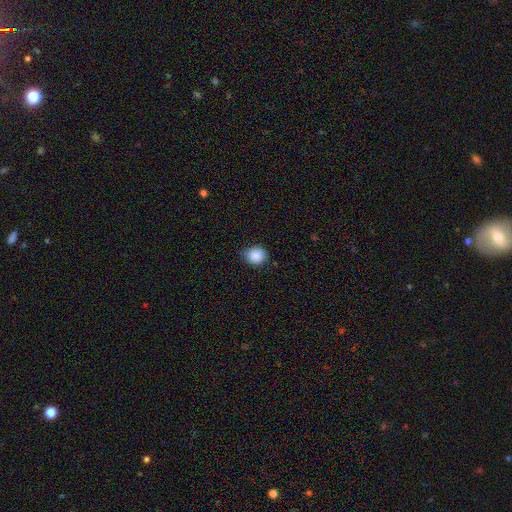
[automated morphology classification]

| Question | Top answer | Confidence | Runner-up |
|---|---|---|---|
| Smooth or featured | smooth | 87% | star or artifact (9%) |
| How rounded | round | 73% | in between (26%) |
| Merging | none | 70% | minor disturbance (25%) |